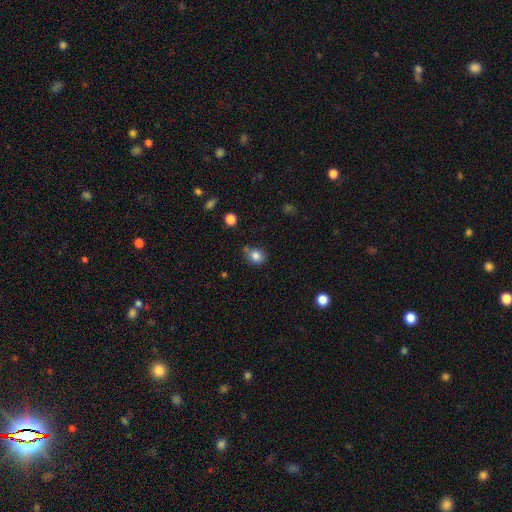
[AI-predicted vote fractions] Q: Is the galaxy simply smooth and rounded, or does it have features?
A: smooth — 83%.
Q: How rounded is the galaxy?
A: round — 71%.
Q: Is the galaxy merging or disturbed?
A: none — 62%.